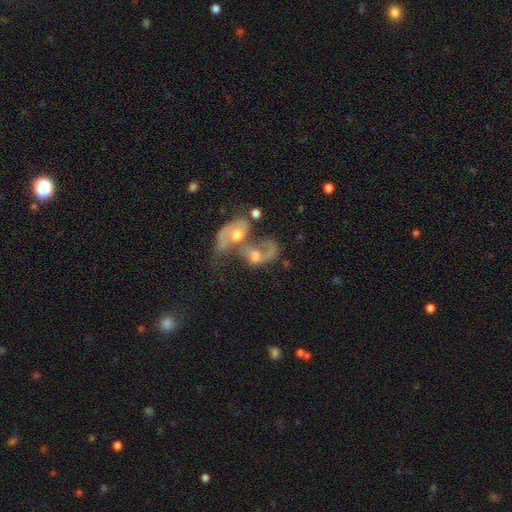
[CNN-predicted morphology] Smooth or featured? featured or disk (57%)
Edge-on disk? no (94%)
Bar? no (74%)
Spiral arms? yes (56%)
Bulge size? moderate (58%)
Merging? merger (74%)